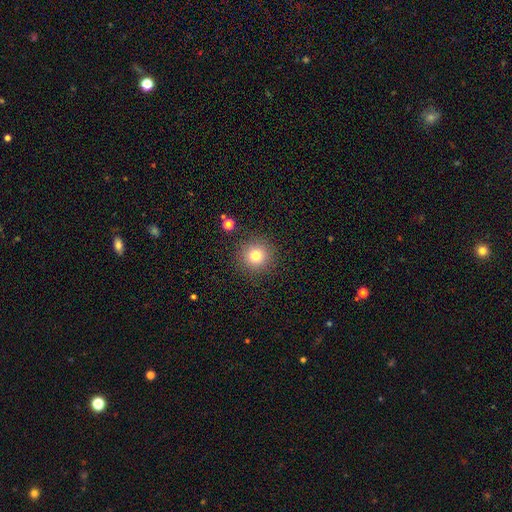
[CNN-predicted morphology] Smooth or featured: smooth — 78% (star or artifact — 13%)
How rounded: round — 95% (in between — 4%)
Merging: none — 88% (minor disturbance — 7%)